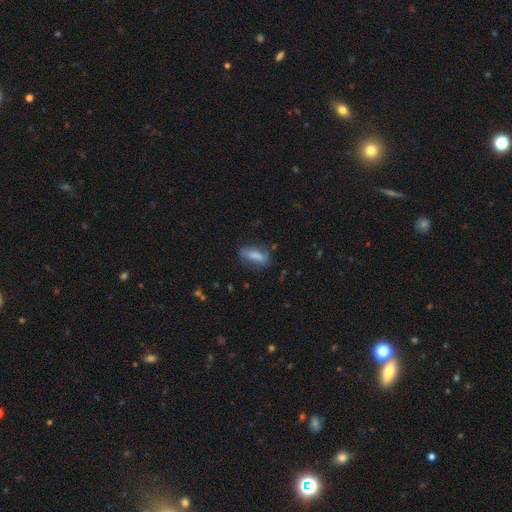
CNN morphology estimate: This is likely a smooth galaxy (70%). How rounded: likely in between (71%). Merging: likely none (64%).